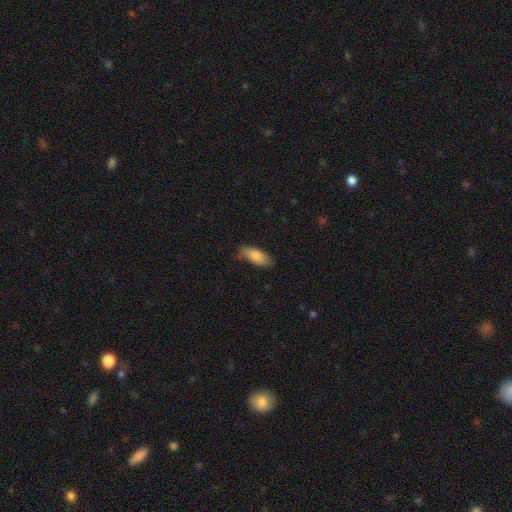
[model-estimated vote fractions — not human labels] A smooth galaxy with no disk features (85%) that is in between round and cigar-shaped (85%).

Vote fractions:
- Smooth or featured? smooth: 85% / featured or disk: 10% / star or artifact: 6%
- How rounded? in between: 85% / cigar-shaped: 13% / round: 2%
- Merging? none: 69% / minor disturbance: 25% / major disturbance: 5% / merger: 1%